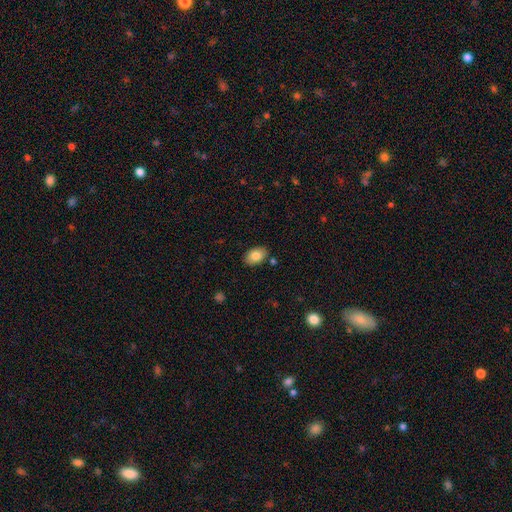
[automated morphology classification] Smooth or featured?
  - smooth: 82% *
  - featured or disk: 10%
  - star or artifact: 7%
How rounded?
  - in between: 87% *
  - round: 12%
  - cigar-shaped: 1%
Merging?
  - none: 84% *
  - minor disturbance: 11%
  - merger: 3%
  - major disturbance: 2%